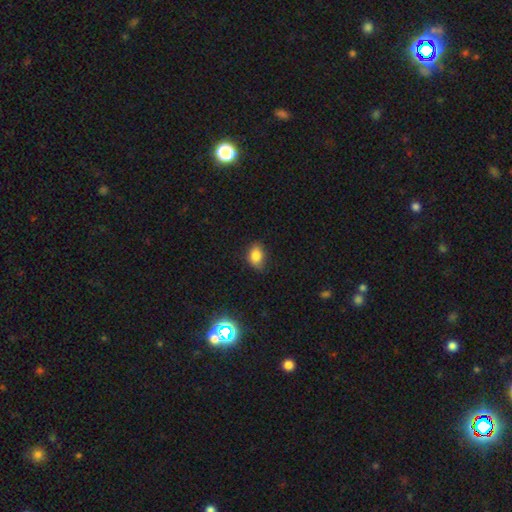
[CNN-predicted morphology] Overall: smooth (81%). How rounded: in between (73%). Merging: none (71%).